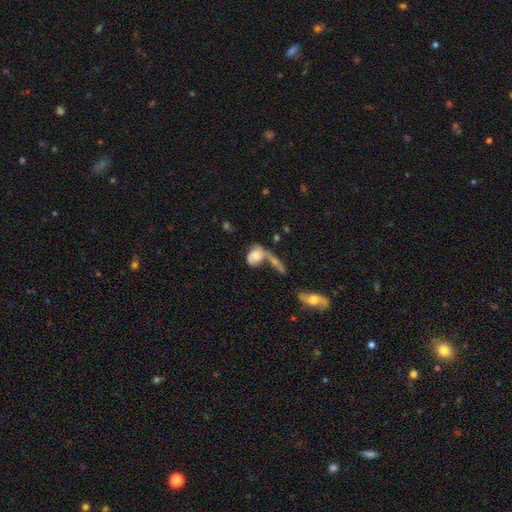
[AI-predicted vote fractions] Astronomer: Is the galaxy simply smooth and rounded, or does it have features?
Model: smooth — 59%.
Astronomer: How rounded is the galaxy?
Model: in between — 68%.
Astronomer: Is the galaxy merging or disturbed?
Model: merger — 49%.